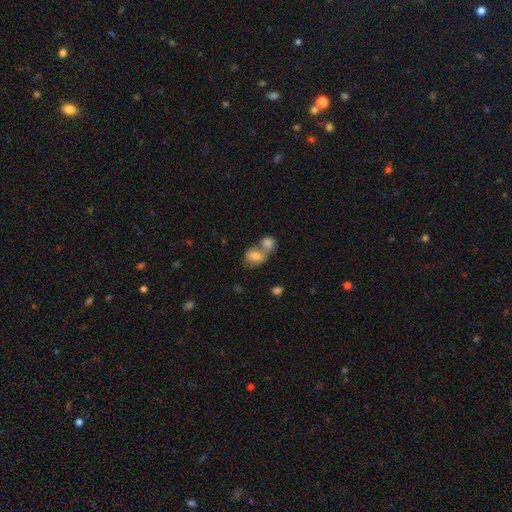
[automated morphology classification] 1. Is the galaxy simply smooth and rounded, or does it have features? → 74% smooth, 17% featured or disk, 9% star or artifact.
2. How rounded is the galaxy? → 60% in between, 38% round, 2% cigar-shaped.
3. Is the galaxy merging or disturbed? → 65% merger, 24% none, 8% minor disturbance, 4% major disturbance.